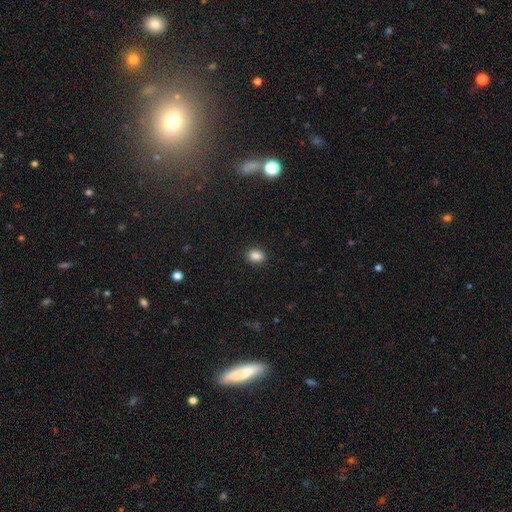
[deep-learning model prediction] Smooth or featured?
  - smooth: 87% *
  - star or artifact: 10%
  - featured or disk: 4%
How rounded?
  - in between: 65% *
  - round: 34%
  - cigar-shaped: 1%
Merging?
  - none: 90% *
  - minor disturbance: 7%
  - major disturbance: 2%
  - merger: 1%